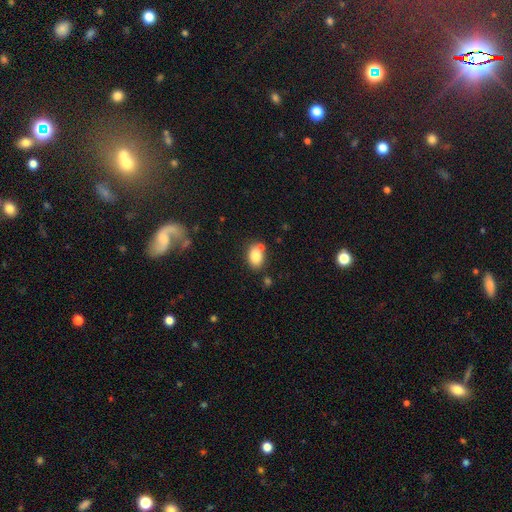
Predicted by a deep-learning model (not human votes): smooth-or-featured: smooth: 82% | featured or disk: 9% | star or artifact: 9%
  how-rounded: in between: 79% | round: 20% | cigar-shaped: 1%
  merging: none: 67% | merger: 15% | minor disturbance: 15% | major disturbance: 4%